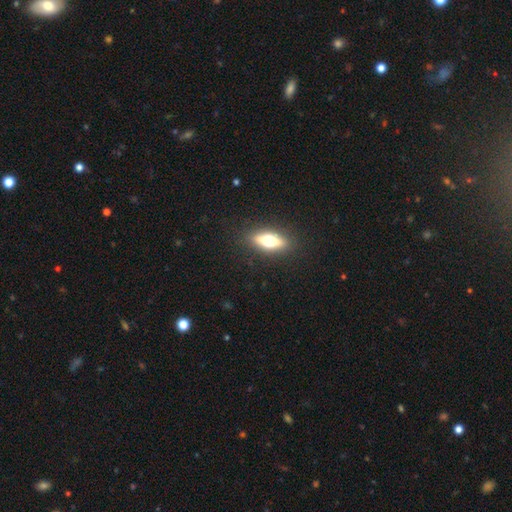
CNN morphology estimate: Smooth or featured: smooth — 63% (featured or disk — 22%)
How rounded: in between — 72% (cigar-shaped — 21%)
Merging: none — 89% (minor disturbance — 7%)